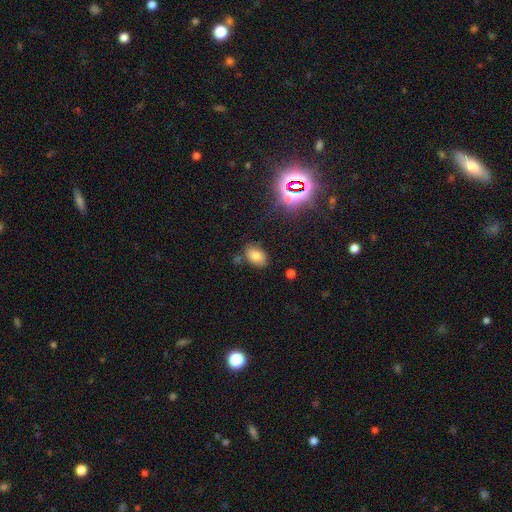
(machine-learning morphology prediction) smooth 76%, star or artifact 15%, featured or disk 9%. Down the decision tree: how rounded — in between (88%); merging — none (77%).